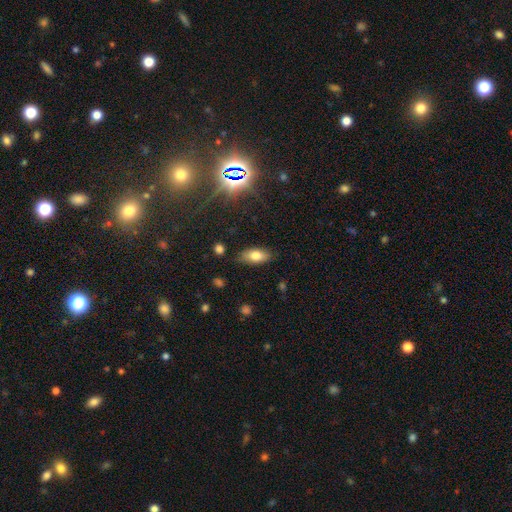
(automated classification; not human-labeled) This is likely a smooth galaxy (76%). How rounded: clearly in between (88%). Merging: clearly none (82%).